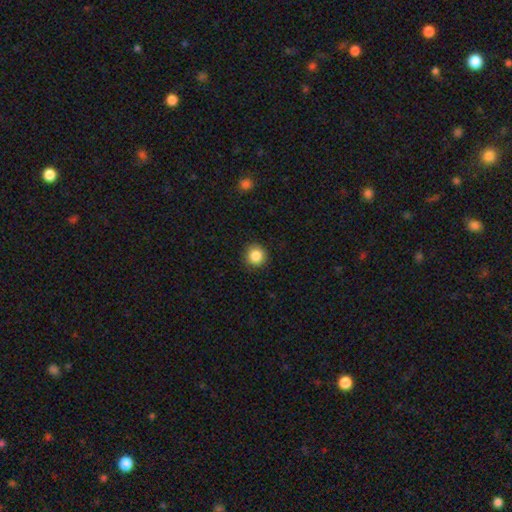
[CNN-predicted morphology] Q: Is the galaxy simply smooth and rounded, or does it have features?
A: smooth — 87%.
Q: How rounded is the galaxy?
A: round — 94%.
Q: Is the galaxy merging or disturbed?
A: none — 90%.